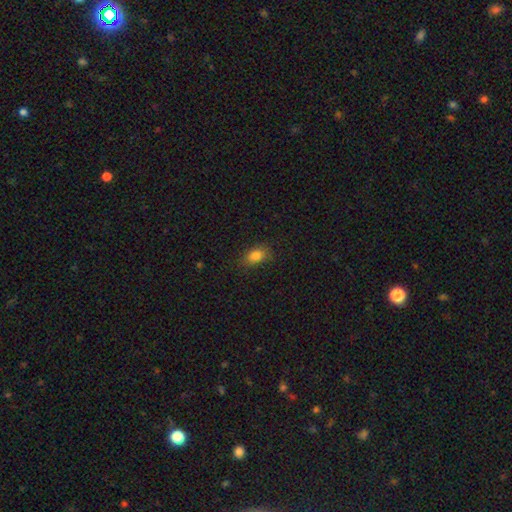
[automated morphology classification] smooth-or-featured: smooth: 83% | star or artifact: 11% | featured or disk: 6%
  how-rounded: in between: 77% | round: 21% | cigar-shaped: 2%
  merging: none: 78% | minor disturbance: 17% | major disturbance: 4% | merger: 1%